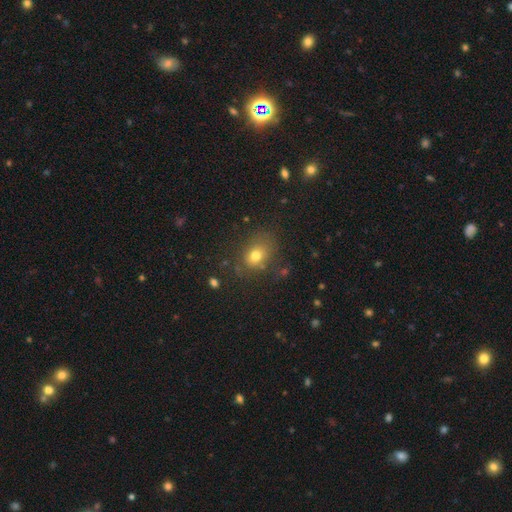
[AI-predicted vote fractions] Overall: smooth (74%). How rounded: in between (61%; round 37%). Merging: none (71%).